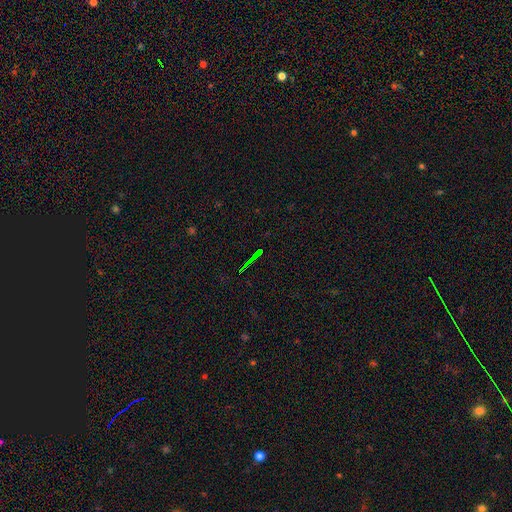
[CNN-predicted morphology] The model was most divided on "smooth or featured": star or artifact: 66%, smooth: 18%, featured or disk: 16%.